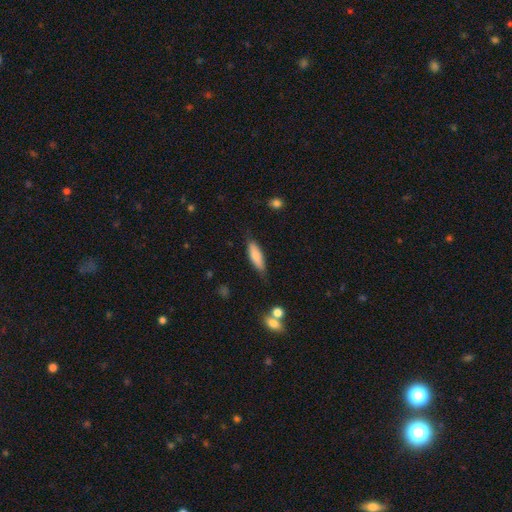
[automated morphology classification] This appears to be a smooth galaxy with no disk features (78%) that is cigar-shaped (55%). Merging: none (80%).